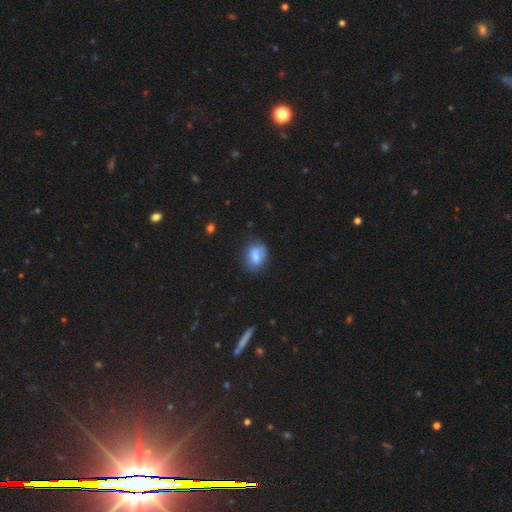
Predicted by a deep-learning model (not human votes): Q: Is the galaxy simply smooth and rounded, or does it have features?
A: smooth — 73%.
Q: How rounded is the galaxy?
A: in between — 63%.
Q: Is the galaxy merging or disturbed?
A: none — 62%.